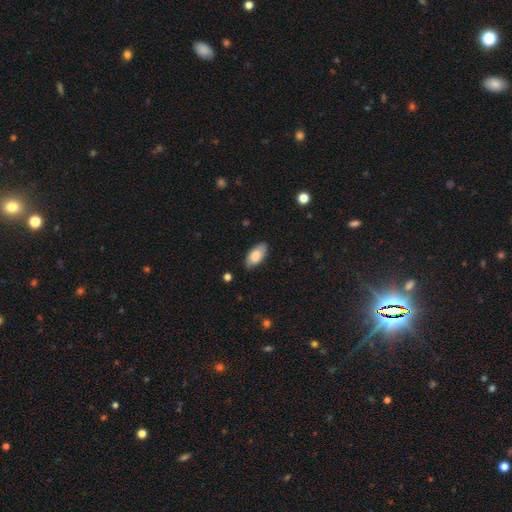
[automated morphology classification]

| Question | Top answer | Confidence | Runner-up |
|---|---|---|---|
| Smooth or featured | smooth | 83% | featured or disk (11%) |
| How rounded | in between | 93% | cigar-shaped (5%) |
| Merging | none | 83% | minor disturbance (13%) |